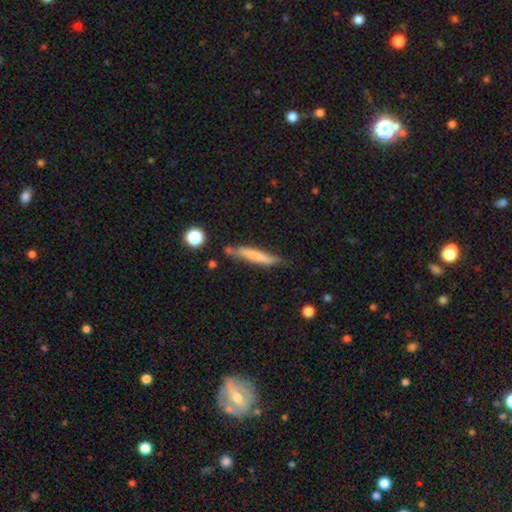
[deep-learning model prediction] A smooth galaxy with no disk features (69%) that is cigar-shaped (92%). Merging: none (65%).